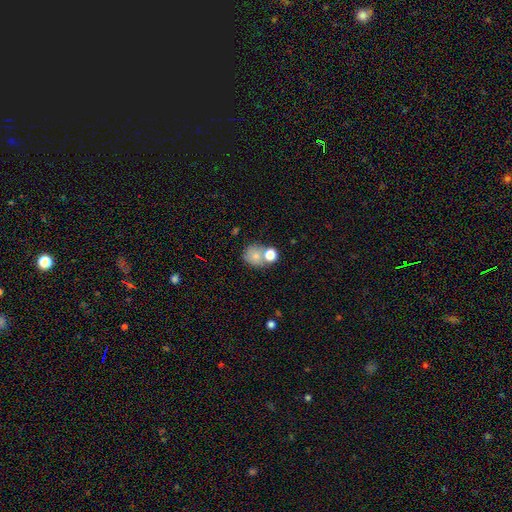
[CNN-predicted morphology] type=smooth (75%); roundness=round (76%); merging=none (48%).